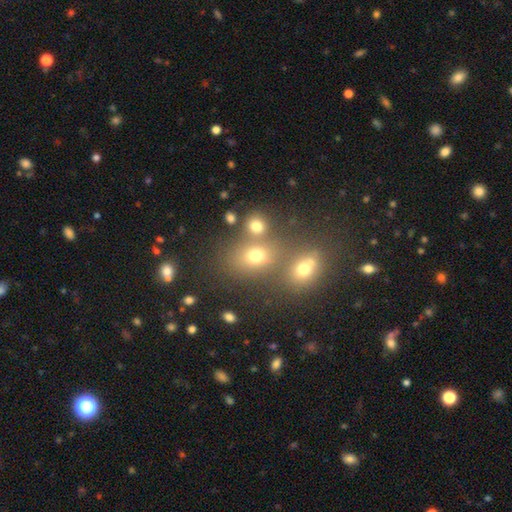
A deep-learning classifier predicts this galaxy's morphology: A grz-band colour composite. It shows a smooth galaxy with no disk features (67%) that is round (56%). Merging: none (54%).